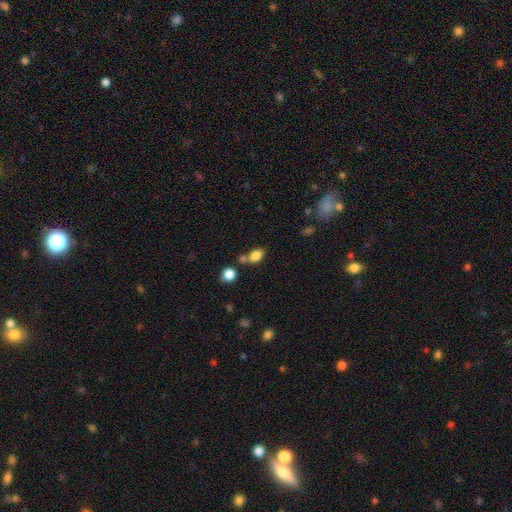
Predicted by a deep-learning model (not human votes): Morphology: type=smooth (82%); roundness=in between (84%); merging=none (57%).